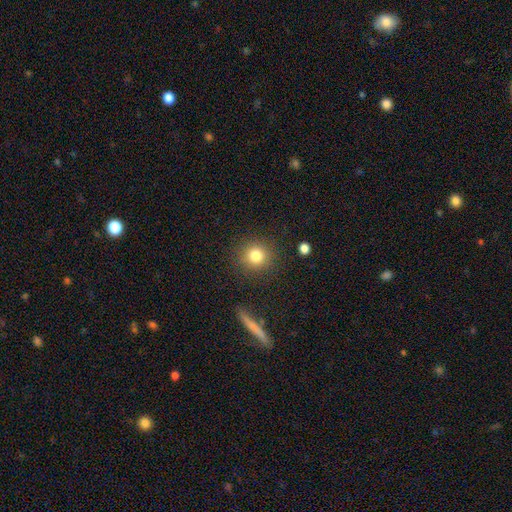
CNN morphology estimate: Smooth or featured? Predicted: smooth (p=0.82). How rounded? Predicted: round (p=0.92). Merging? Predicted: none (p=0.89).